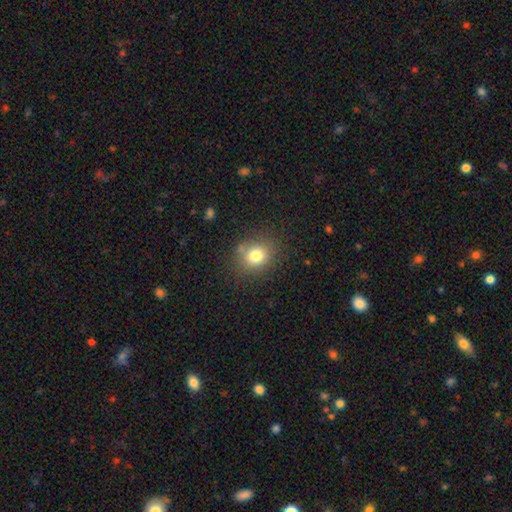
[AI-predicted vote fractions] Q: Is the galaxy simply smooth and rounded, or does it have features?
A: smooth — 78%.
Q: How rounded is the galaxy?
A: round — 63%.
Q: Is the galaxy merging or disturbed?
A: none — 79%.